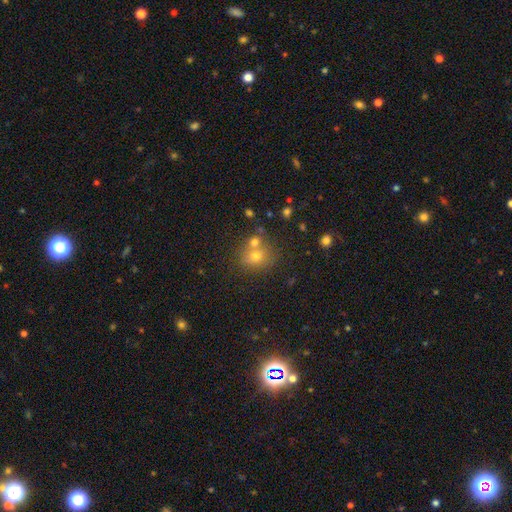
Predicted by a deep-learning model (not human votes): Smooth or featured? smooth (64%)
How rounded? round (71%)
Merging? none (54%)